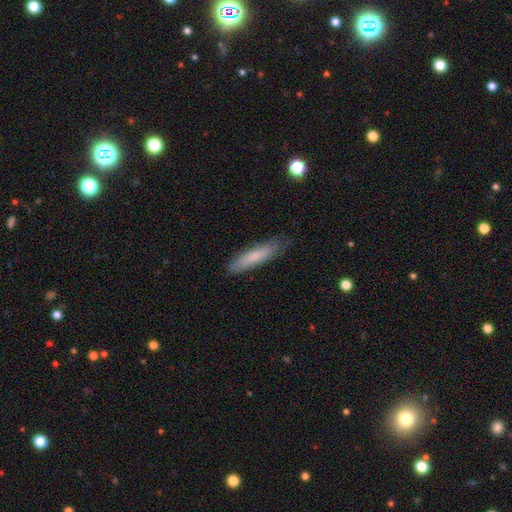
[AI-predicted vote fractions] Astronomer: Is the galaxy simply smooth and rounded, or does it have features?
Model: smooth — 78%.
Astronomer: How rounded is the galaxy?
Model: cigar-shaped — 82%.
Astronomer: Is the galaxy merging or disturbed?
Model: none — 77%.